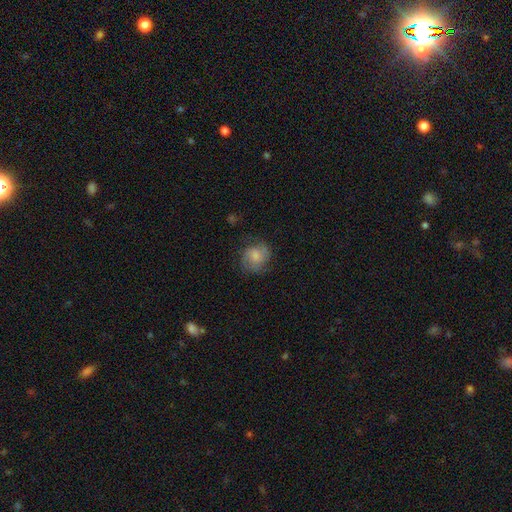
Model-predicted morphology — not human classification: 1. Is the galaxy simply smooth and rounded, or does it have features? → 54% smooth, 38% featured or disk, 8% star or artifact.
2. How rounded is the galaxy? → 75% round, 24% in between, 1% cigar-shaped.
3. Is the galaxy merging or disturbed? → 68% none, 21% minor disturbance, 9% major disturbance, 1% merger.